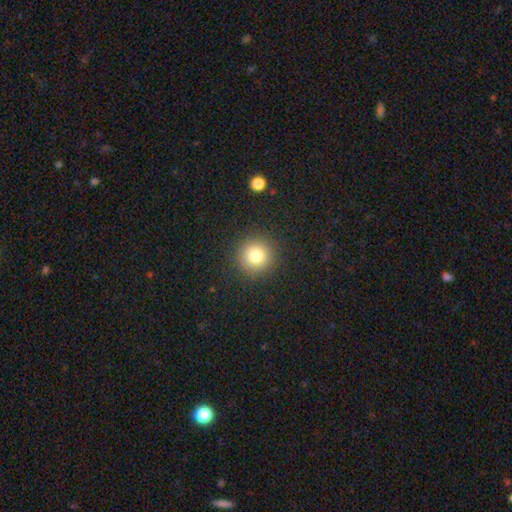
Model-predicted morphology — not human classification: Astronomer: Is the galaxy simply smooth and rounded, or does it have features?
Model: smooth — 78%.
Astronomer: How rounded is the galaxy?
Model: round — 95%.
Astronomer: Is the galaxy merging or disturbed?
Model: none — 91%.